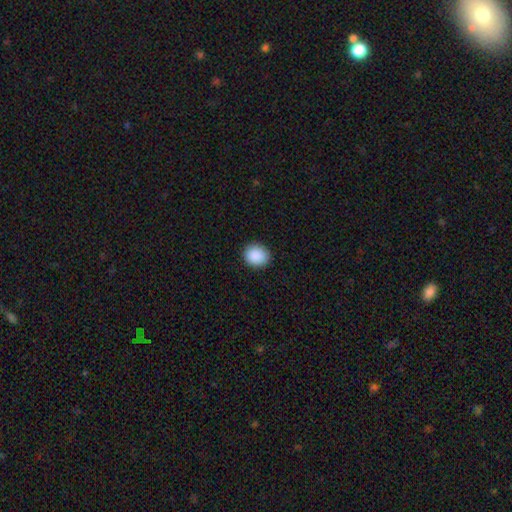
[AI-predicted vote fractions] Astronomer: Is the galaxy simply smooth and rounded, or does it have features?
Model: smooth — 90%.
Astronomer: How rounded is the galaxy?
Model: round — 69%.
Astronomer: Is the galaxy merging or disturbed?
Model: none — 90%.